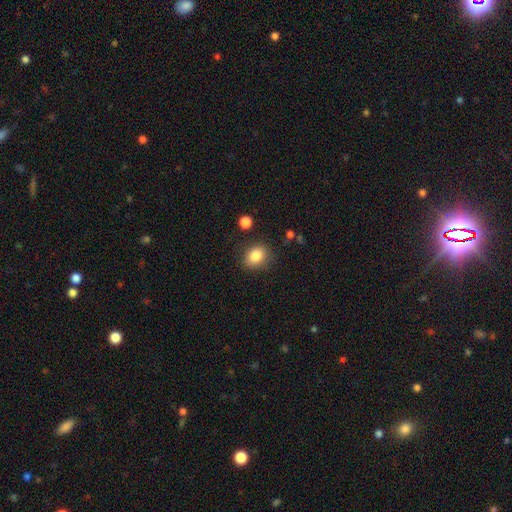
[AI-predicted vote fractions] Smooth or featured? smooth (85%)
How rounded? in between (56%)
Merging? none (81%)